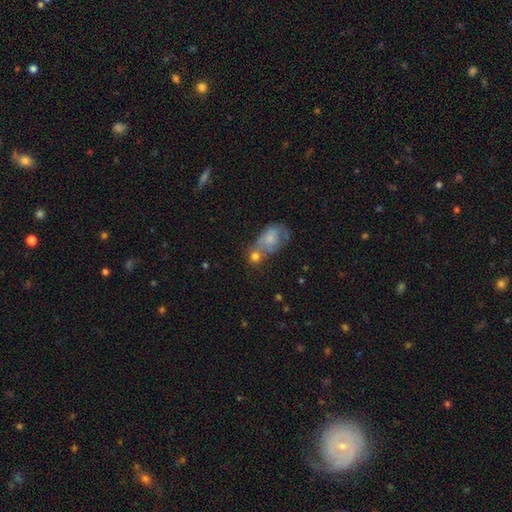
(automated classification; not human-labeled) Smooth or featured? smooth (60%)
How rounded? in between (63%)
Merging? merger (37%)